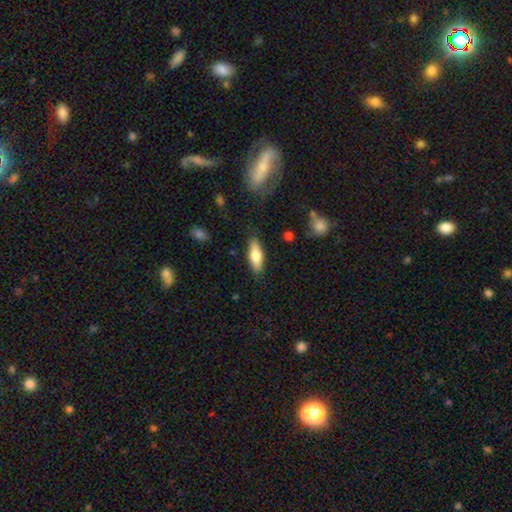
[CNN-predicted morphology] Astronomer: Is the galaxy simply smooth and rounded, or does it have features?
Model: smooth — 66%.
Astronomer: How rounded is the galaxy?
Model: in between — 60% (runner-up: cigar-shaped, 37%).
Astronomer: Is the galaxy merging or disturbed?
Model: none — 85%.